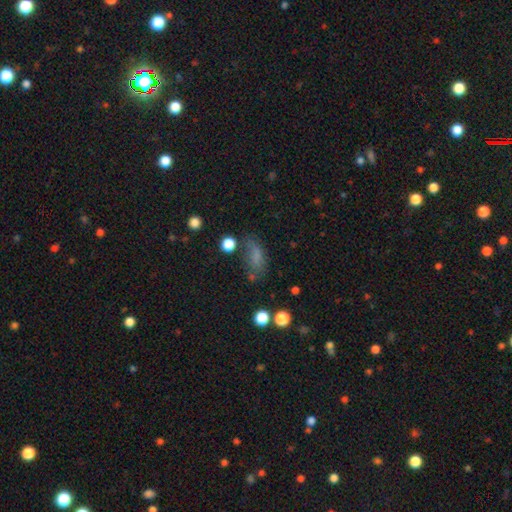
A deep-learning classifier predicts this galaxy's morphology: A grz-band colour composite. It shows a smooth galaxy with no disk features (67%) that is in between round and cigar-shaped (79%). Merging: none (47%).